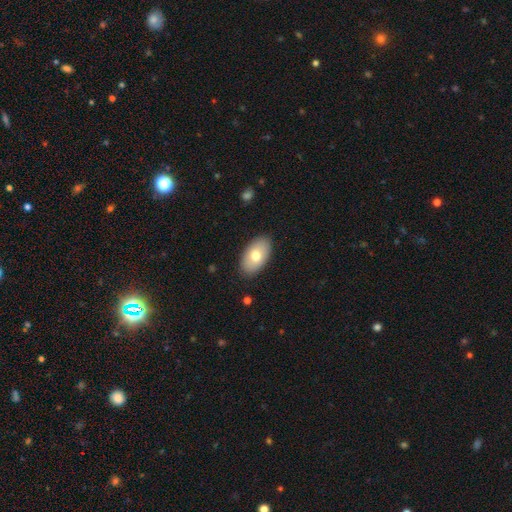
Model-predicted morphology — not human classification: A smooth galaxy with no disk features (73%) that is in between round and cigar-shaped (94%).

Vote fractions:
- Smooth or featured? smooth: 73% / featured or disk: 21% / star or artifact: 6%
- How rounded? in between: 94% / round: 4% / cigar-shaped: 2%
- Merging? none: 87% / minor disturbance: 10% / major disturbance: 2% / merger: 1%